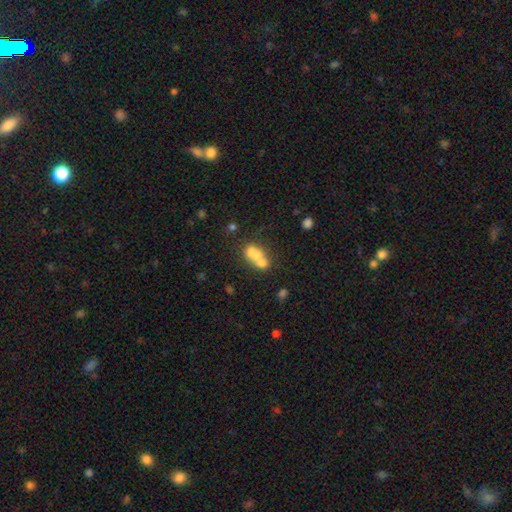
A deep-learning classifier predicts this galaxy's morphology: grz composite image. It shows a smooth galaxy with no disk features (60%) that is in between round and cigar-shaped (56%). Merging: merger (62%).